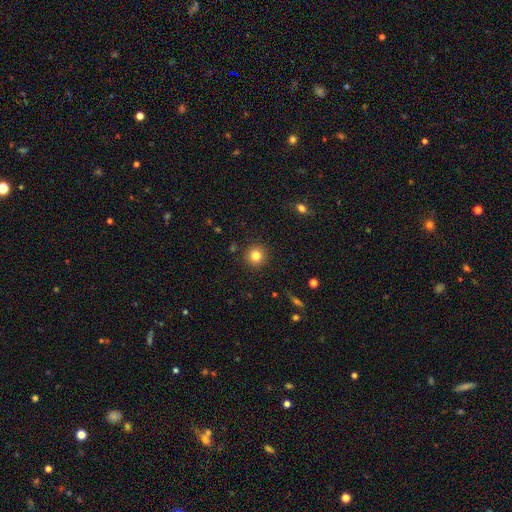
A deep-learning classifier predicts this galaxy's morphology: This appears to be a smooth galaxy with no disk features (81%) that is round (94%). Merging: none (91%).